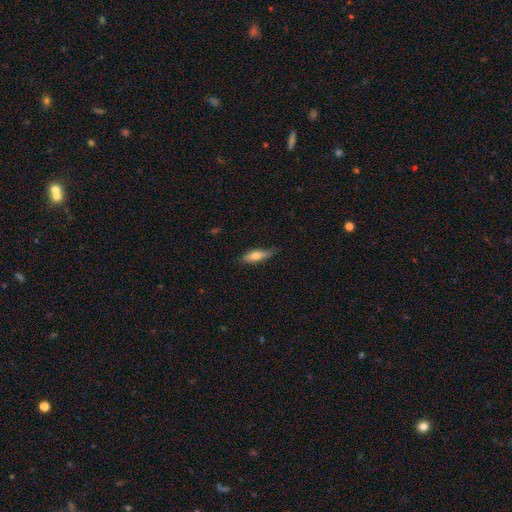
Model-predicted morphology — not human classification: A smooth galaxy with no disk features (68%) that is cigar-shaped (57%). Merging: none (72%).